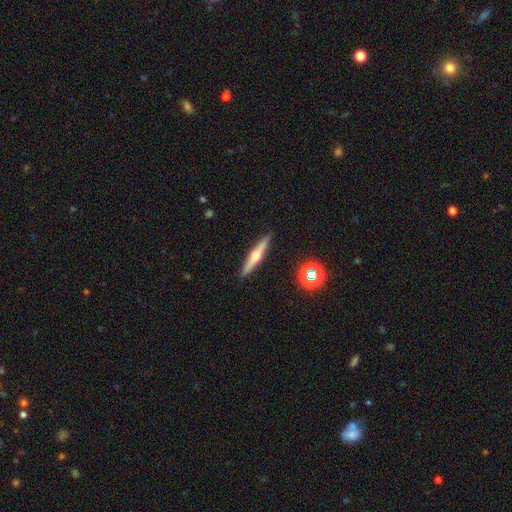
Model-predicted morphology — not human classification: The model was most divided on "smooth or featured": featured or disk: 60%, smooth: 32%, star or artifact: 8%. More confident: edge-on disk — yes (96%); merging — none (91%); edge-on bulge — rounded (90%).